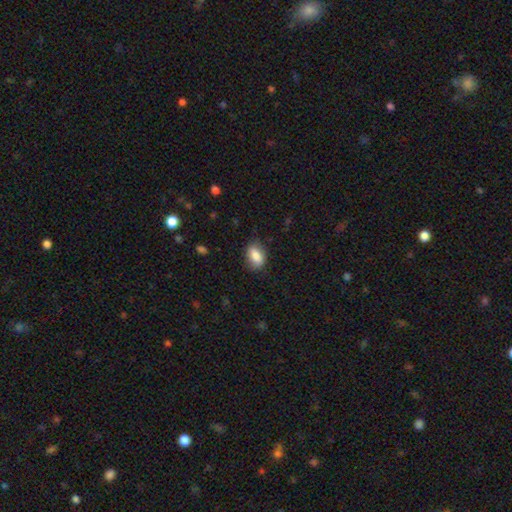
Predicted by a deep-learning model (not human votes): A smooth galaxy with no disk features (84%) that is in between round and cigar-shaped (86%). Merging: none (80%).